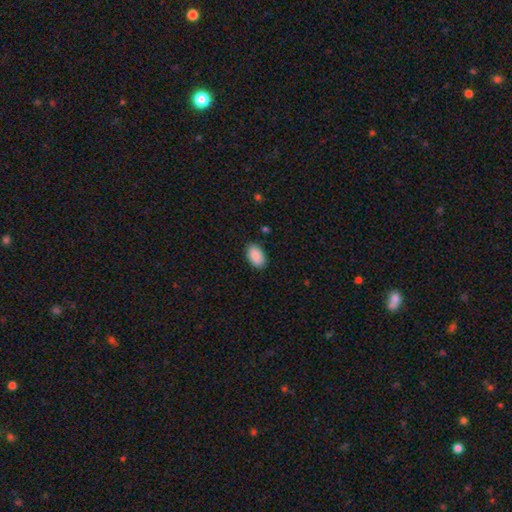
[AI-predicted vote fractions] smooth 90%, star or artifact 6%, featured or disk 4%. Down the decision tree: how rounded — in between (93%); merging — none (87%).